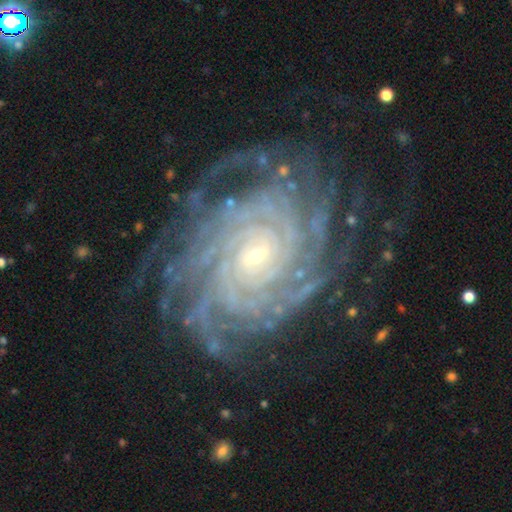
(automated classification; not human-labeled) Morphology: type=featured or disk (92%); edge-on=no (97%); bar=no (57%); spiral arms=yes (98%); winding=tight (84%); arm count=more than 4 (38%); bulge=small (77%); merging=none (78%).